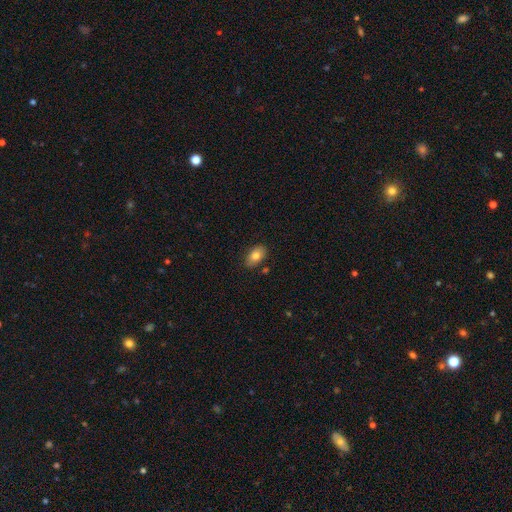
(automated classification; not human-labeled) Smooth or featured? Predicted: smooth (p=0.80). How rounded? Predicted: in between (p=0.90). Merging? Predicted: none (p=0.83).